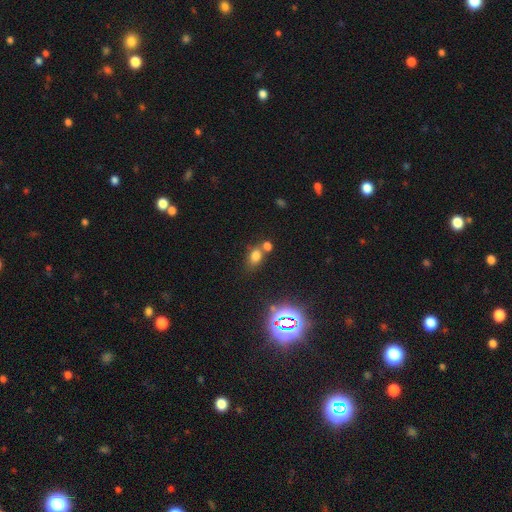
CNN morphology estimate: Smooth or featured?
  - smooth: 70% *
  - star or artifact: 22%
  - featured or disk: 9%
How rounded?
  - in between: 70% *
  - round: 27%
  - cigar-shaped: 2%
Merging?
  - none: 53% *
  - merger: 31%
  - minor disturbance: 12%
  - major disturbance: 5%